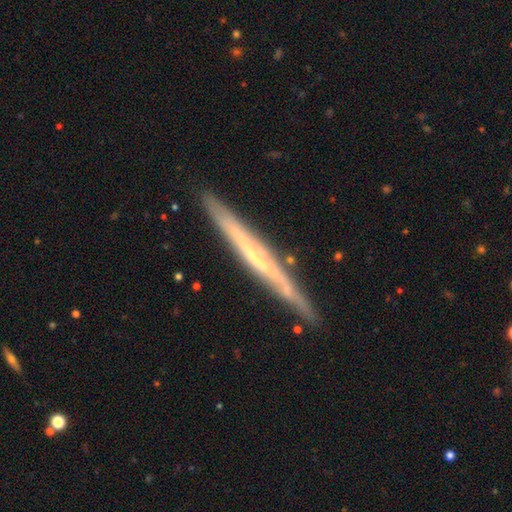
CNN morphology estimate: type=featured or disk (68%); edge-on=yes (94%); edge-on bulge=none (75%); merging=none (84%).